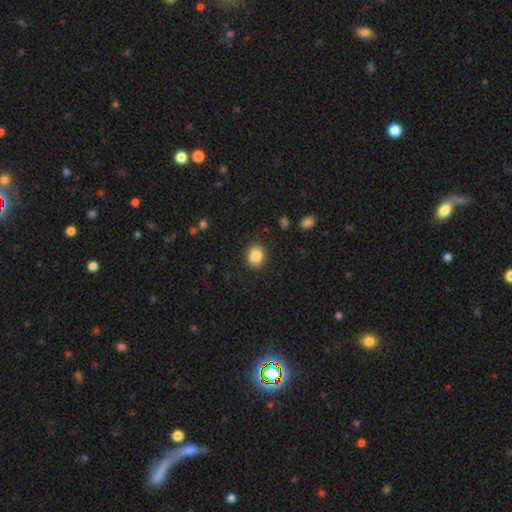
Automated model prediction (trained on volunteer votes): Overall: smooth (87%). How rounded: round (75%). Merging: none (90%).